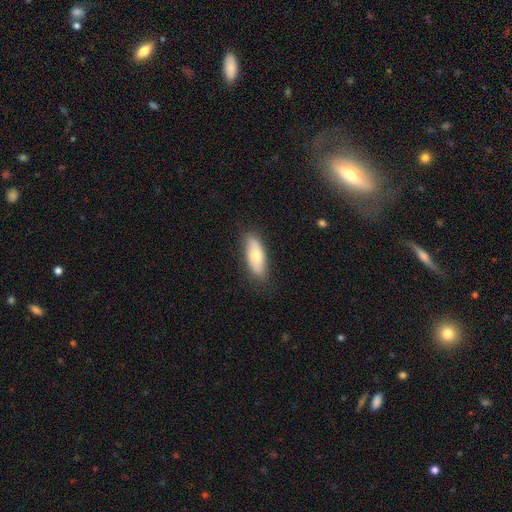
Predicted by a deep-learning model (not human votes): smooth 65%, featured or disk 29%, star or artifact 6%. Down the decision tree: how rounded — in between (80%); merging — none (84%).